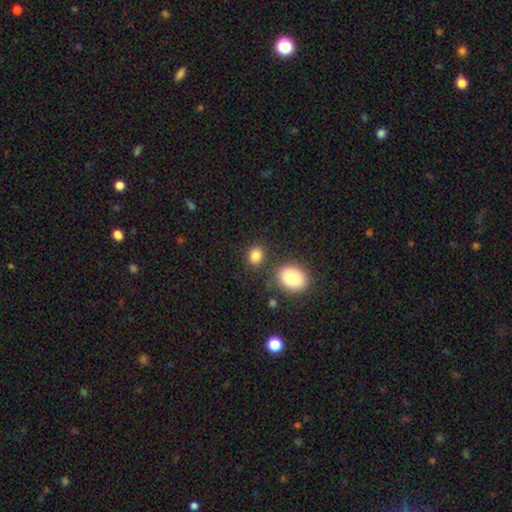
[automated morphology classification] The model was most divided on "how rounded": round: 57%, in between: 42%, cigar-shaped: 1%. More confident: smooth or featured — smooth (85%); merging — none (77%).